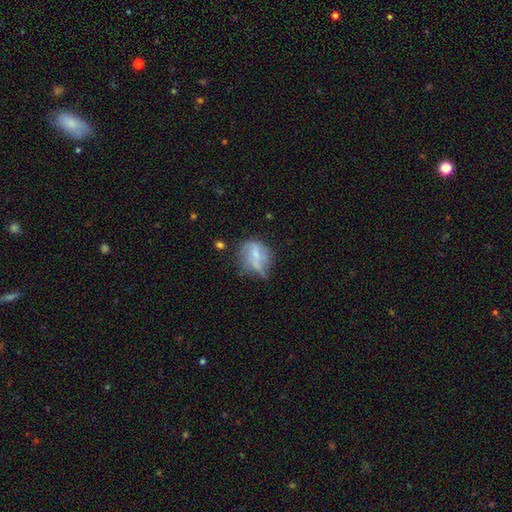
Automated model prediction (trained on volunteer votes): featured or disk 48%, smooth 42%, star or artifact 10%. Down the decision tree: merging — none (37%).